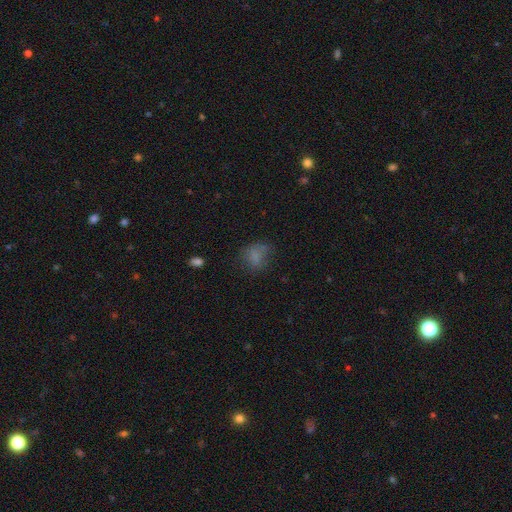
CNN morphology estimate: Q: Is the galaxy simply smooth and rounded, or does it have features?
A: smooth — 72%.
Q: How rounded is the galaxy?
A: in between — 55%.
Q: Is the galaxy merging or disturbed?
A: none — 51%.